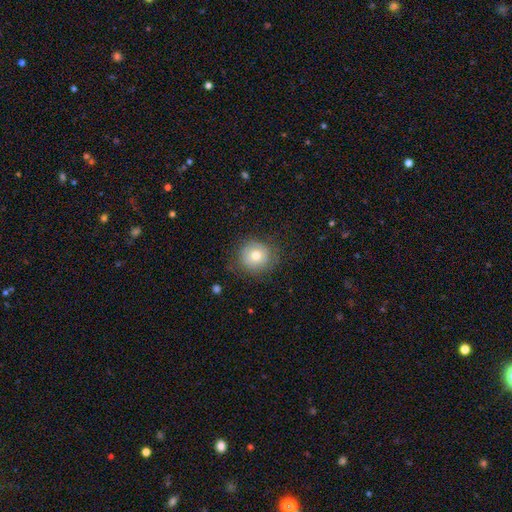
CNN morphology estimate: Smooth or featured?
  - smooth: 72% *
  - featured or disk: 18%
  - star or artifact: 10%
How rounded?
  - round: 90% *
  - in between: 10%
  - cigar-shaped: 1%
Merging?
  - none: 78% *
  - minor disturbance: 15%
  - major disturbance: 6%
  - merger: 1%